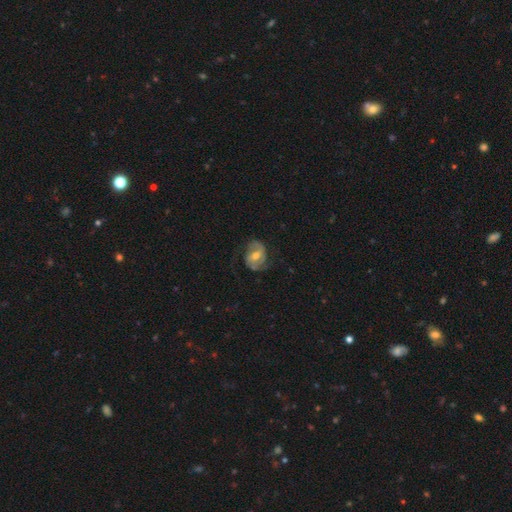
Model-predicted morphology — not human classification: A featured or disk galaxy (73%) with a weak bar (46%), 2 (82%) medium (46%) spiral arms (90%) and a moderate central bulge (64%). Merging: none (66%).